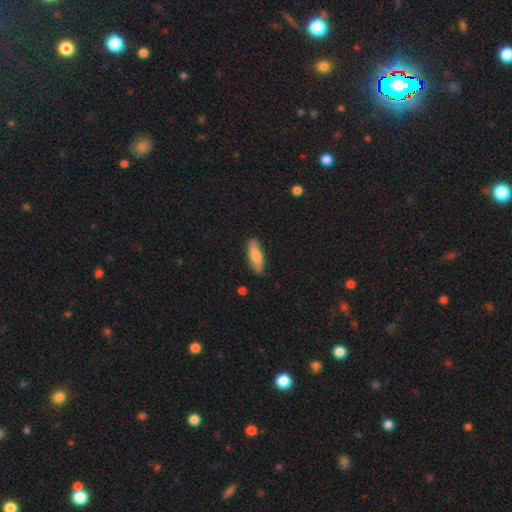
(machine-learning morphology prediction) This is clearly a smooth galaxy (81%). How rounded: possibly in between (53%). Merging: clearly none (84%).